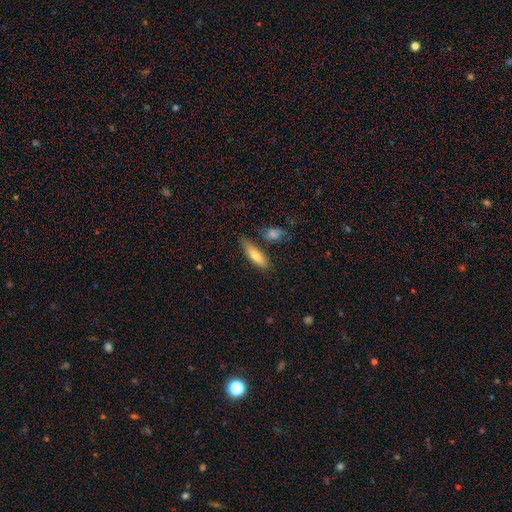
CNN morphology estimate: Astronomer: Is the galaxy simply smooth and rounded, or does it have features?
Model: smooth — 71%.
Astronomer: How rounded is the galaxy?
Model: cigar-shaped — 58% (runner-up: in between, 40%).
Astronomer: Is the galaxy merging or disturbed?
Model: none — 73%.